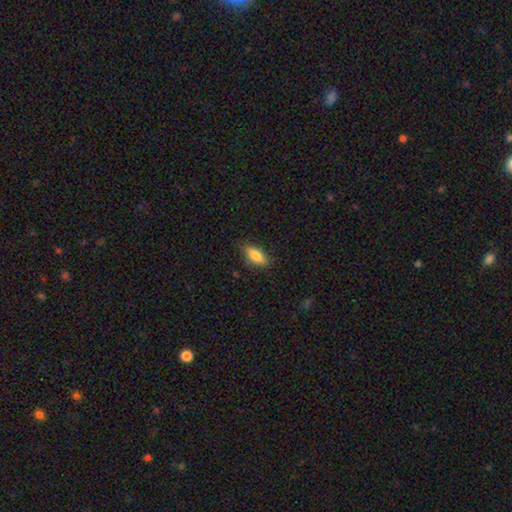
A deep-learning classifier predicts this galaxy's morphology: Overall: smooth (82%). How rounded: in between (77%). Merging: none (81%).